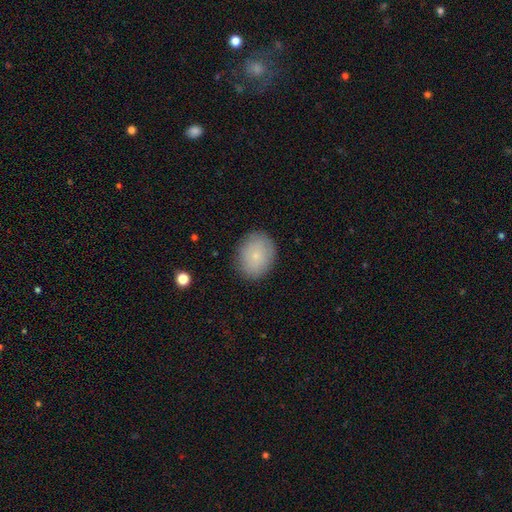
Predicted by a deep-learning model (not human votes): This appears to be a smooth galaxy with no disk features (79%) that is in between round and cigar-shaped (51%). Merging: none (86%).